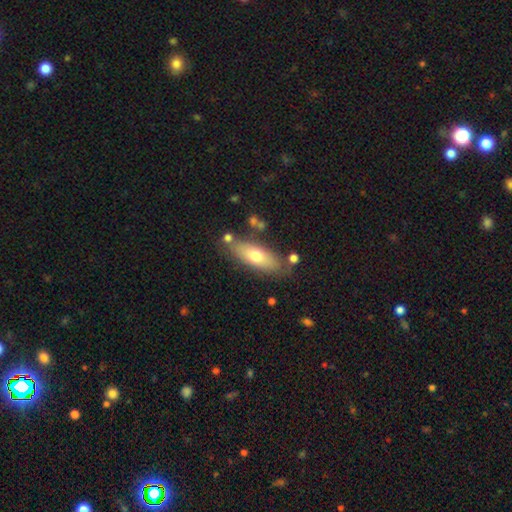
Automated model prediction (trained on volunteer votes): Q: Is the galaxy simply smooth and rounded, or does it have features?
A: smooth — 65%.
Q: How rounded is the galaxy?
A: in between — 66%.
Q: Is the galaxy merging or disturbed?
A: none — 74%.